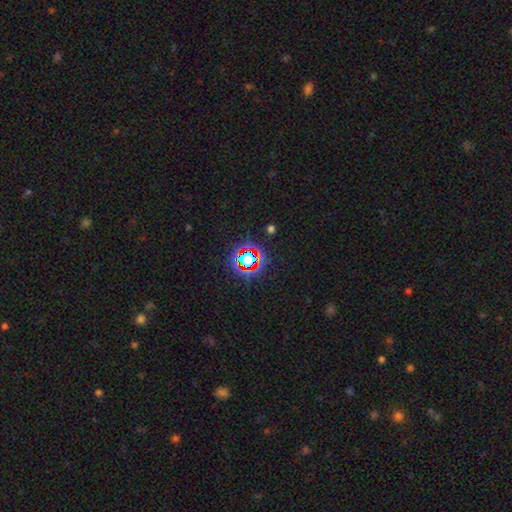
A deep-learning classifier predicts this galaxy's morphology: smooth-or-featured: star or artifact: 73% | smooth: 17% | featured or disk: 10%